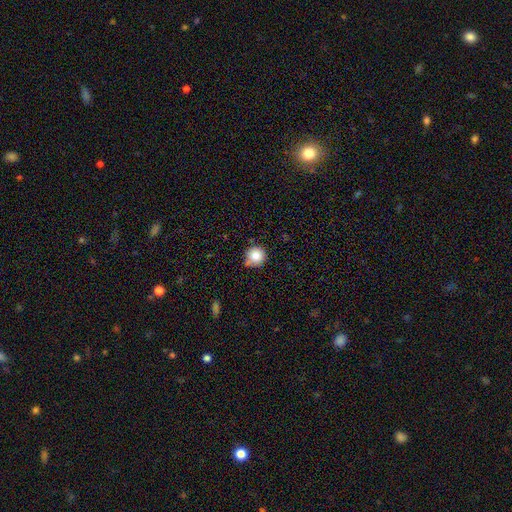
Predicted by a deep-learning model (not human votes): Morphology: type=smooth (82%); roundness=round (94%); merging=none (72%).